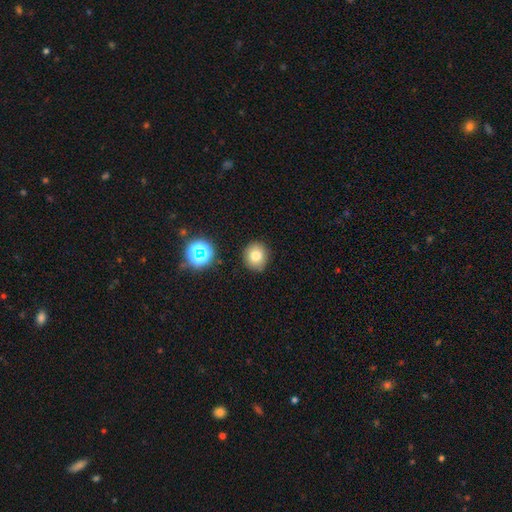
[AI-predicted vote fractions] The model was most divided on "smooth or featured": smooth: 77%, star or artifact: 14%, featured or disk: 9%. More confident: merging — none (87%); how rounded — round (86%).